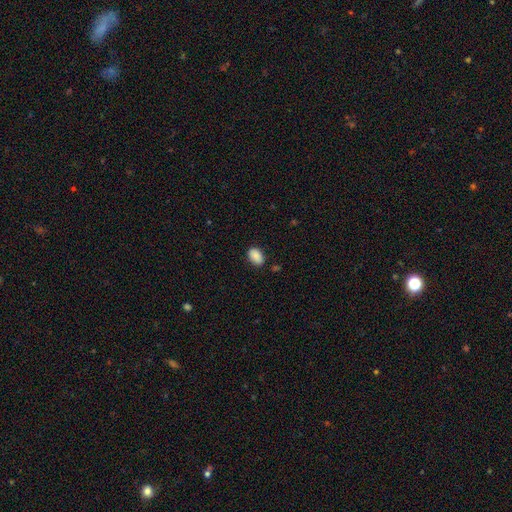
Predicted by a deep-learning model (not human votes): Smooth or featured? Predicted: smooth (p=0.89). How rounded? Predicted: in between (p=0.87). Merging? Predicted: none (p=0.82).